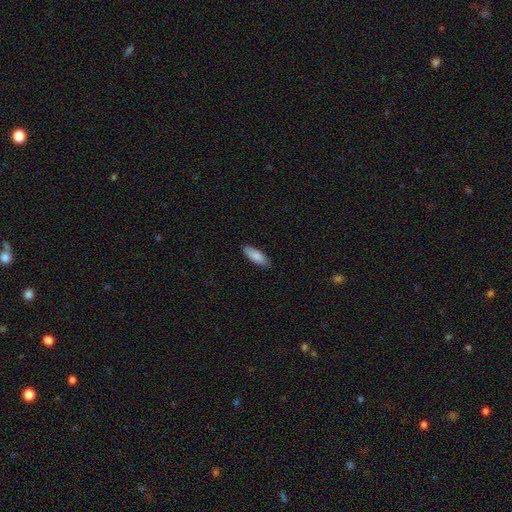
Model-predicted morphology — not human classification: Smooth or featured? Predicted: smooth (p=0.87). How rounded? Predicted: in between (p=0.68). Merging? Predicted: none (p=0.86).